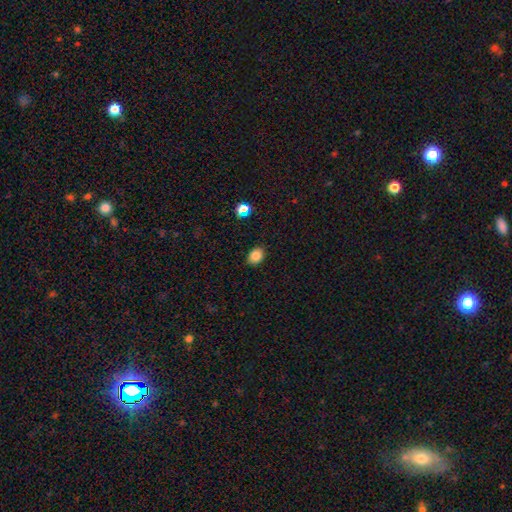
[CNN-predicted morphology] This is clearly a smooth galaxy (84%). How rounded: likely in between (66%). Merging: clearly none (87%).